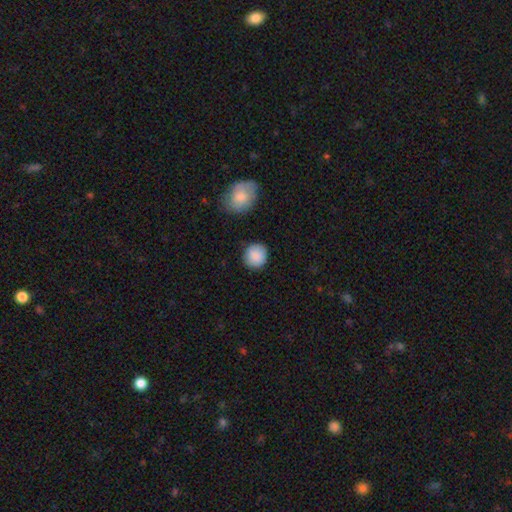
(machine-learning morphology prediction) A smooth galaxy with no disk features (89%) that is round (91%).

Vote fractions:
- Smooth or featured? smooth: 89% / star or artifact: 7% / featured or disk: 4%
- How rounded? round: 91% / in between: 8% / cigar-shaped: 1%
- Merging? none: 87% / minor disturbance: 8% / major disturbance: 2% / merger: 2%